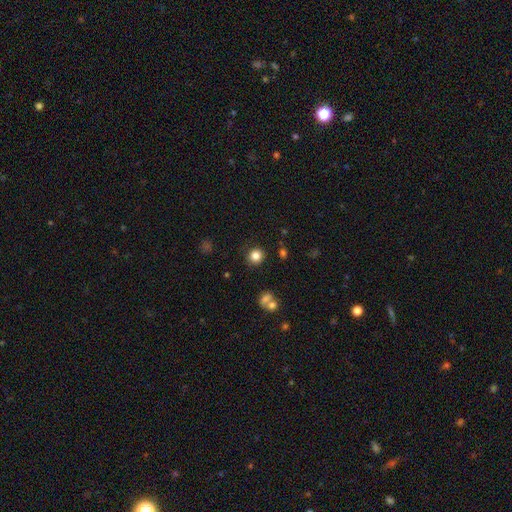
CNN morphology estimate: Overall: smooth (83%). How rounded: round (89%). Merging: none (88%).